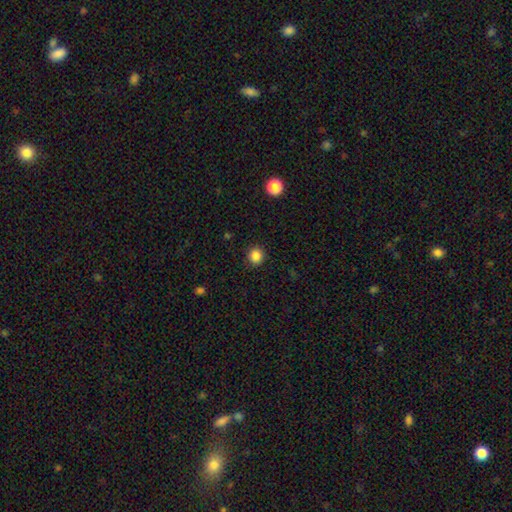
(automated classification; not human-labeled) A smooth galaxy with no disk features (85%) that is round (92%).

Vote fractions:
- Smooth or featured? smooth: 85% / star or artifact: 11% / featured or disk: 4%
- How rounded? round: 92% / in between: 7% / cigar-shaped: 1%
- Merging? none: 91% / minor disturbance: 6% / major disturbance: 2% / merger: 1%